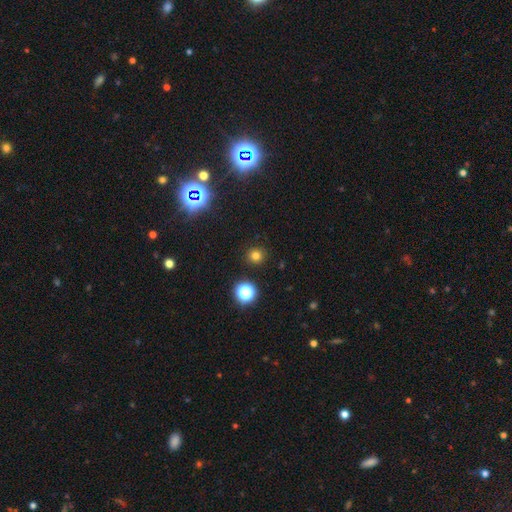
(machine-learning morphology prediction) Smooth or featured? smooth (76%)
How rounded? round (92%)
Merging? none (91%)